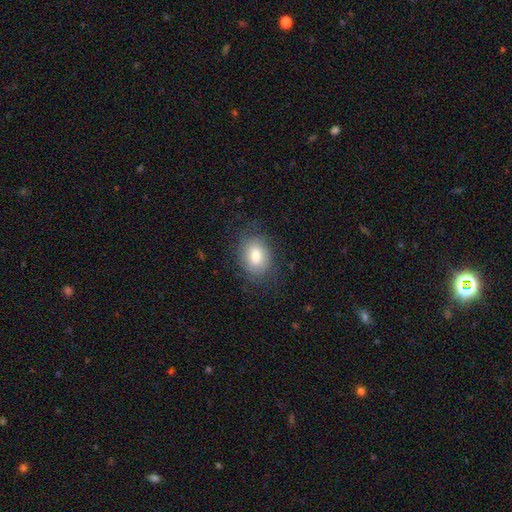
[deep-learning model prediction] This is likely a smooth galaxy (76%). How rounded: likely in between (67%). Merging: likely none (76%).